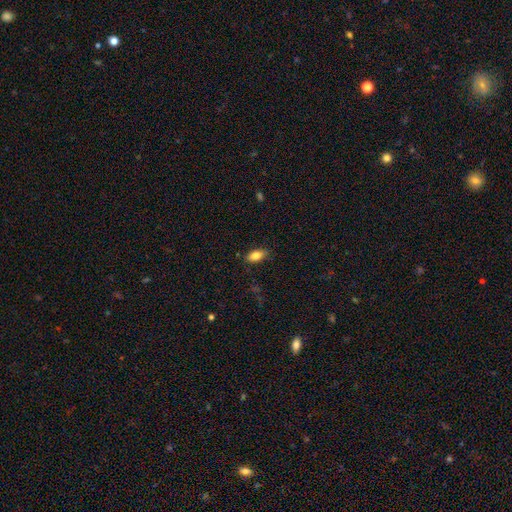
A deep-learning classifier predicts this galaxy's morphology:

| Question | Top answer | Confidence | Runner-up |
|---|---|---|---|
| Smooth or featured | smooth | 82% | featured or disk (10%) |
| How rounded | in between | 88% | cigar-shaped (9%) |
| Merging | none | 83% | minor disturbance (13%) |